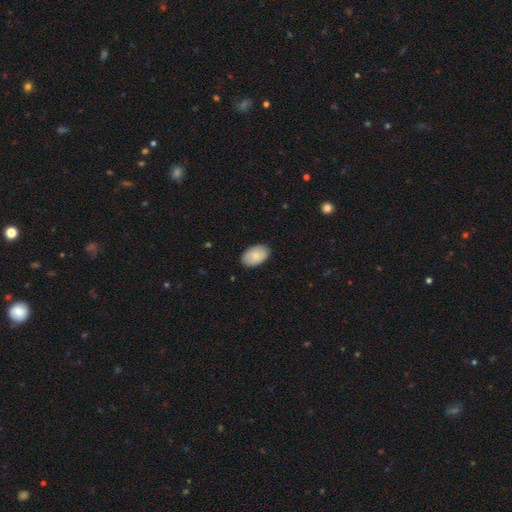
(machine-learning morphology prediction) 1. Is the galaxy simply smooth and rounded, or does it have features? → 85% smooth, 9% featured or disk, 6% star or artifact.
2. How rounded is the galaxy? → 93% in between, 6% round, 1% cigar-shaped.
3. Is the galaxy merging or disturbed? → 87% none, 10% minor disturbance, 2% major disturbance, 1% merger.